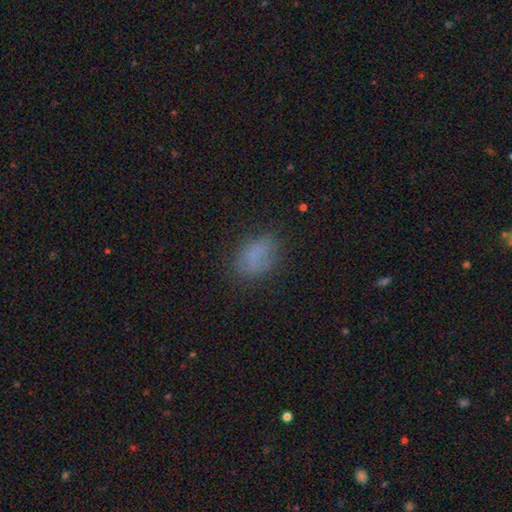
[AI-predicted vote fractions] The model was most divided on "merging": none: 70%, minor disturbance: 20%, major disturbance: 8%, merger: 2%. More confident: how rounded — in between (81%); smooth or featured — smooth (74%).